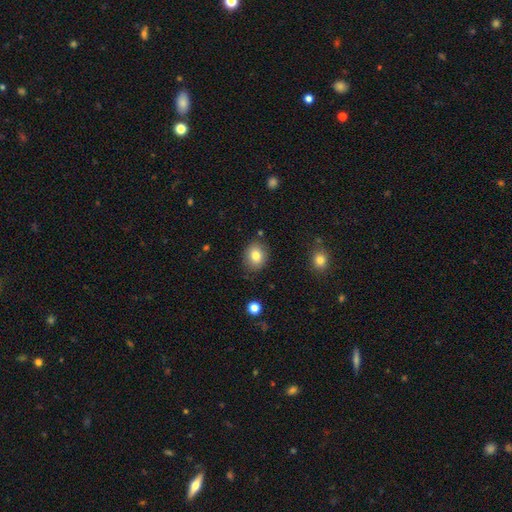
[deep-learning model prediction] Q: Smooth or featured?
A: smooth (80%); runner-up: featured or disk (10%)
Q: How rounded?
A: round (55%); runner-up: in between (44%)
Q: Merging?
A: none (84%); runner-up: minor disturbance (11%)